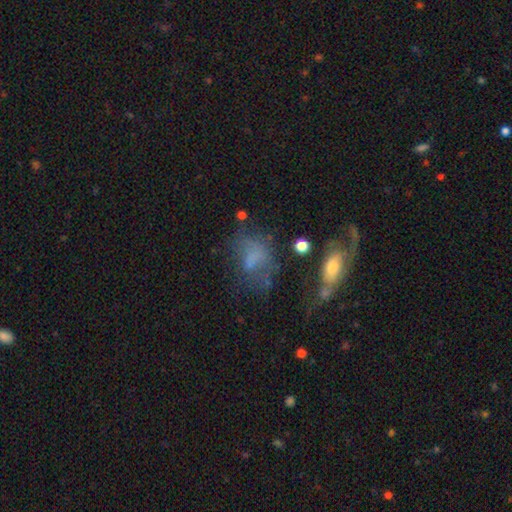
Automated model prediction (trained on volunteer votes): Morphology: type=smooth (53%); roundness=in between (73%); merging=none (36%).